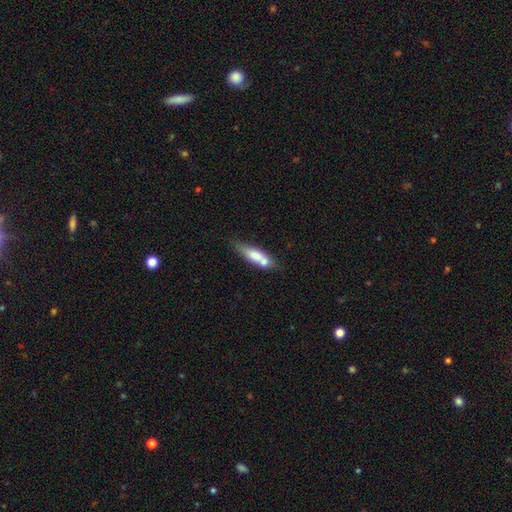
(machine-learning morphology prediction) Smooth or featured: smooth — 64% (featured or disk — 29%)
How rounded: cigar-shaped — 57% (in between — 40%)
Merging: none — 47% (merger — 29%)